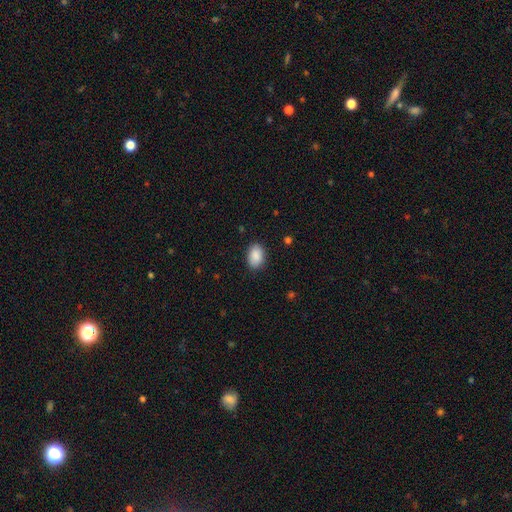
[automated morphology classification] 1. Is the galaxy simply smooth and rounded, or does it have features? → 90% smooth, 7% star or artifact, 4% featured or disk.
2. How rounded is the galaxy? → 86% in between, 13% round, 1% cigar-shaped.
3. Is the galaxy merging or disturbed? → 86% none, 10% minor disturbance, 2% major disturbance, 1% merger.